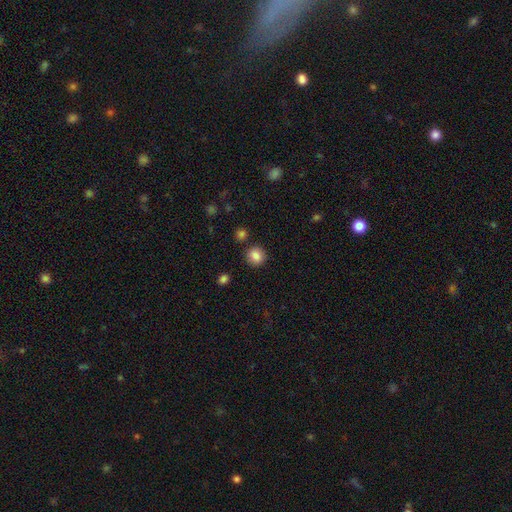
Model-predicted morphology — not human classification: Smooth or featured: smooth — 85% (star or artifact — 10%)
How rounded: round — 84% (in between — 15%)
Merging: none — 86% (minor disturbance — 8%)